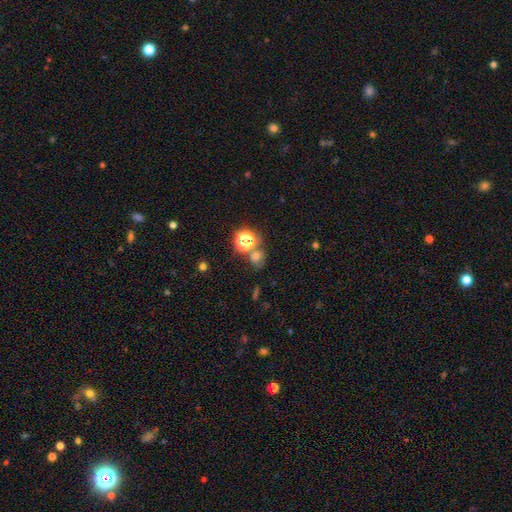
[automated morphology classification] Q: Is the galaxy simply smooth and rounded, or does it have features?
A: smooth — 56%.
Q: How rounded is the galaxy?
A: round — 74%.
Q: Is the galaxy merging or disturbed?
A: none — 58%.